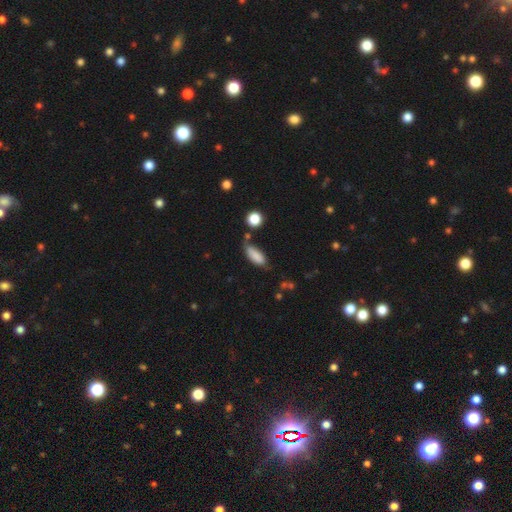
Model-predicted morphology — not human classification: smooth_or_featured: smooth (p=0.83) [alt: featured or disk p=0.08]
how_rounded: in between (p=0.77) [alt: cigar-shaped p=0.20]
merging: none (p=0.55) [alt: minor disturbance p=0.28]